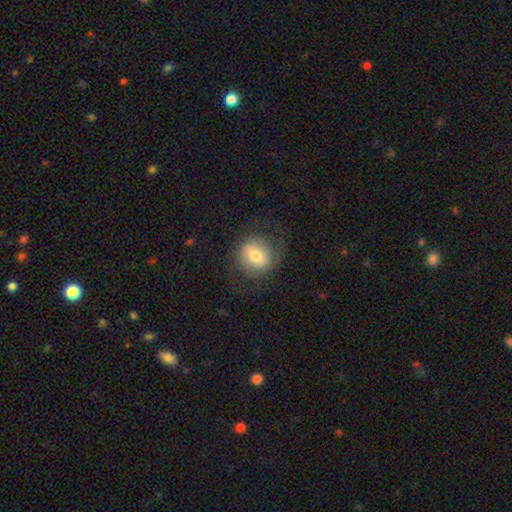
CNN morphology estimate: Q: Smooth or featured?
A: smooth (57%); runner-up: featured or disk (35%)
Q: How rounded?
A: round (88%); runner-up: in between (11%)
Q: Merging?
A: none (75%); runner-up: major disturbance (12%)